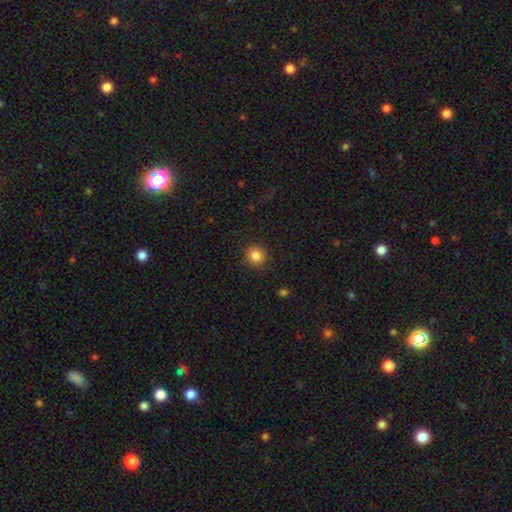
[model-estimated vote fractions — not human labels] smooth-or-featured: smooth: 85% | star or artifact: 11% | featured or disk: 5%
  how-rounded: round: 91% | in between: 8% | cigar-shaped: 1%
  merging: none: 90% | minor disturbance: 7% | major disturbance: 2% | merger: 1%